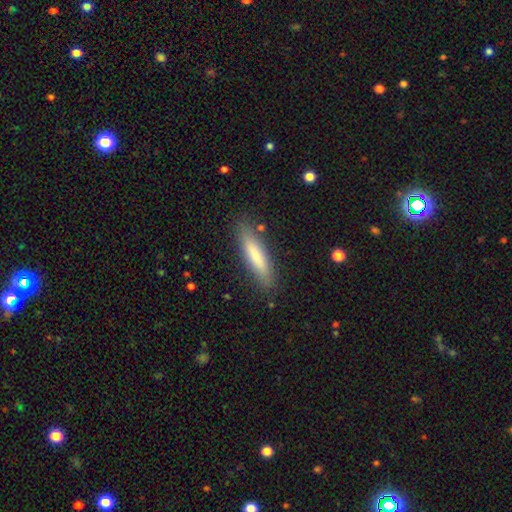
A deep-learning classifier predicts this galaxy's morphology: Smooth or featured? smooth (77%)
How rounded? cigar-shaped (80%)
Merging? none (85%)